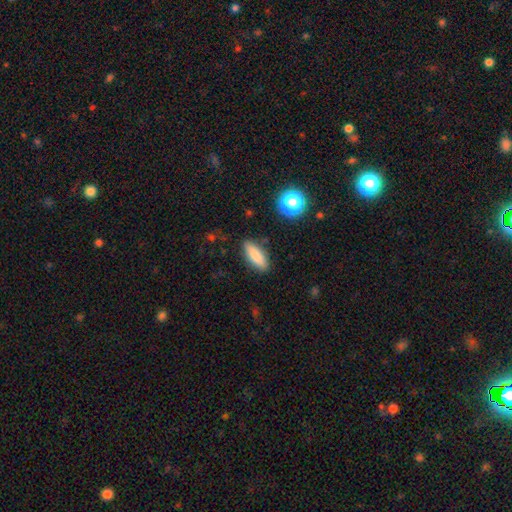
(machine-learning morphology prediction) type=smooth (82%); roundness=in between (60%); merging=none (86%).